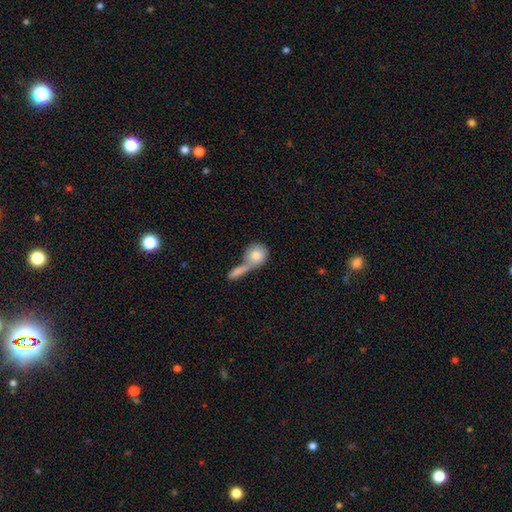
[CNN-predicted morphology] Overall: smooth (81%). How rounded: round (74%). Merging: merger (57%; none 26%).